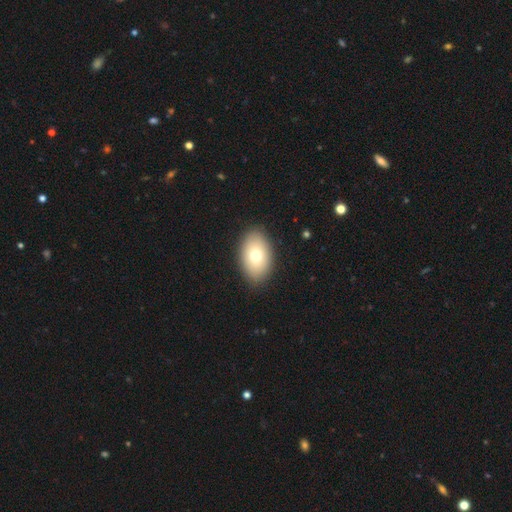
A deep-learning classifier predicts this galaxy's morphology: Smooth or featured? Predicted: smooth (p=0.75). How rounded? Predicted: in between (p=0.89). Merging? Predicted: none (p=0.88).